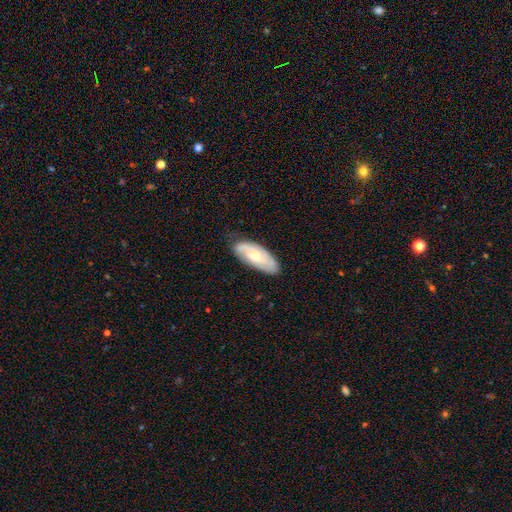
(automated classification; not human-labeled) Q: Smooth or featured?
A: featured or disk (55%); runner-up: smooth (39%)
Q: Edge-on disk?
A: no (89%); runner-up: yes (11%)
Q: Merging?
A: none (77%); runner-up: minor disturbance (18%)